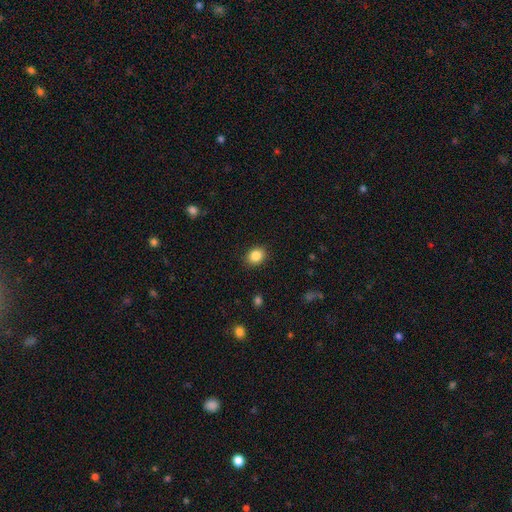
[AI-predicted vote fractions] smooth-or-featured: smooth: 86% | star or artifact: 10% | featured or disk: 5%
  how-rounded: round: 56% | in between: 44% | cigar-shaped: 1%
  merging: none: 89% | minor disturbance: 7% | major disturbance: 2% | merger: 1%